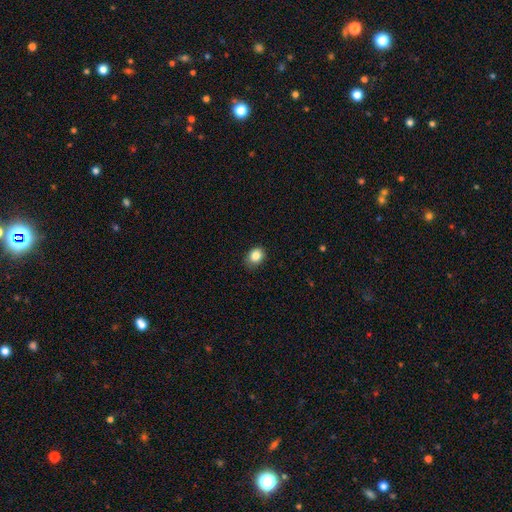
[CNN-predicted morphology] smooth-or-featured: smooth: 85% | star or artifact: 10% | featured or disk: 5%
  how-rounded: round: 51% | in between: 48% | cigar-shaped: 1%
  merging: none: 81% | minor disturbance: 16% | major disturbance: 3% | merger: 1%